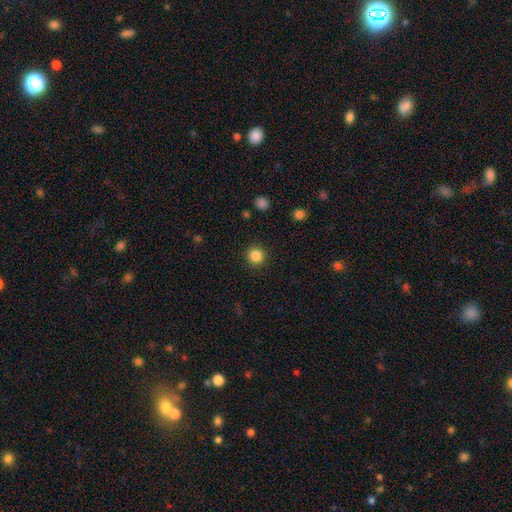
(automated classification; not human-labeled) smooth-or-featured: smooth: 85% | star or artifact: 11% | featured or disk: 4%
  how-rounded: round: 95% | in between: 5% | cigar-shaped: 1%
  merging: none: 91% | minor disturbance: 6% | major disturbance: 2% | merger: 1%